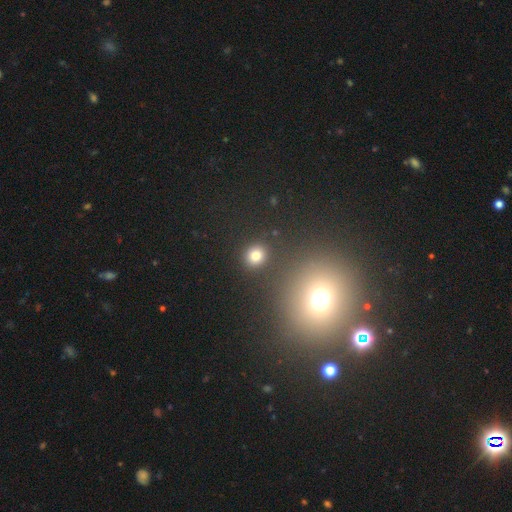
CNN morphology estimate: smooth_or_featured: smooth (p=0.79) [alt: star or artifact p=0.15]
how_rounded: round (p=0.81) [alt: in between p=0.18]
merging: none (p=0.88) [alt: minor disturbance p=0.06]